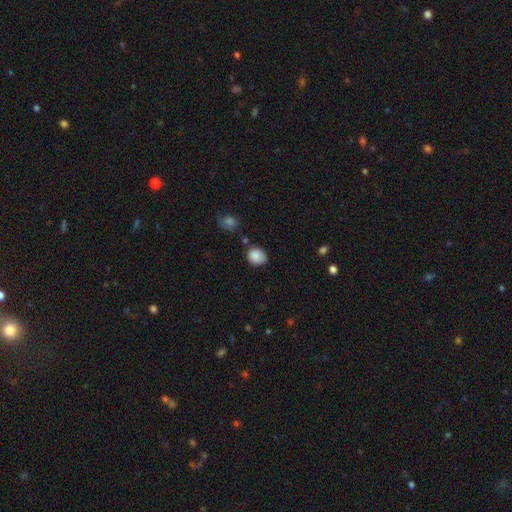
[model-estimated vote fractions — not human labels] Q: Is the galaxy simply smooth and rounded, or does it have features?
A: smooth — 87%.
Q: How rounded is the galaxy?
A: round — 65%.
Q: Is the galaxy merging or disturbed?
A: none — 70%.